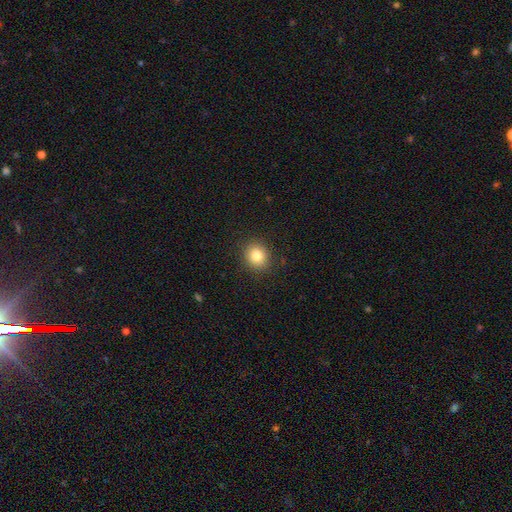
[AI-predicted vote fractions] Morphology: type=smooth (82%); roundness=round (78%); merging=none (89%).